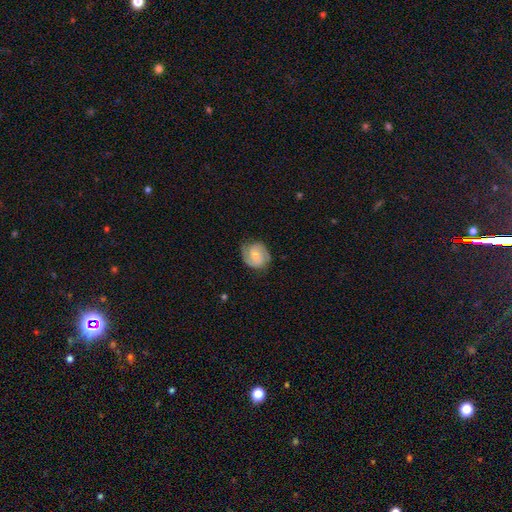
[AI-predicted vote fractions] This appears to be a featured or disk galaxy (75%) with a weak bar (46%), 2 (89%) medium (48%) spiral arms (95%) and a small central bulge (48%). Merging: none (78%).